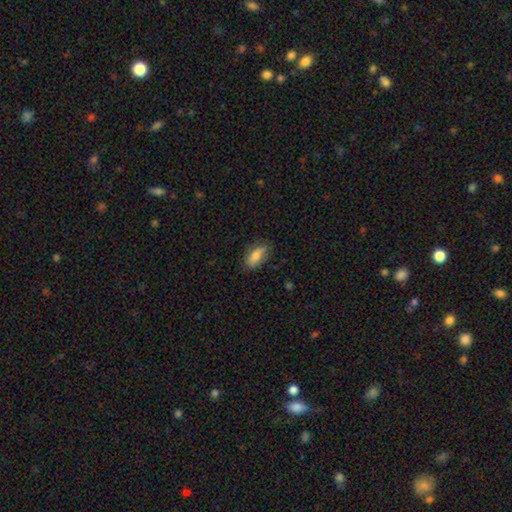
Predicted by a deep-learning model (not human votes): This is likely a smooth galaxy (76%). How rounded: clearly in between (85%). Merging: likely none (78%).